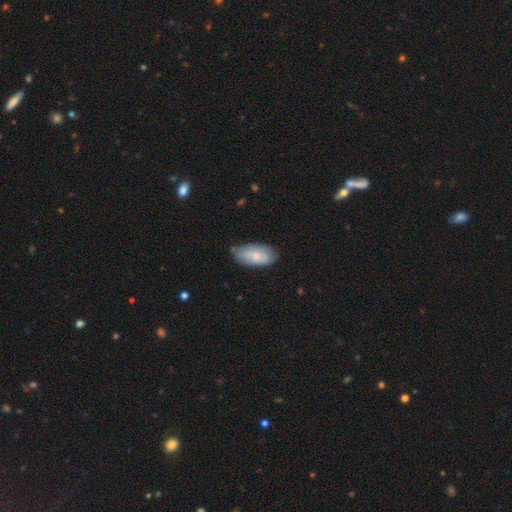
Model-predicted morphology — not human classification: smooth 74%, featured or disk 20%, star or artifact 6%. Down the decision tree: how rounded — in between (93%); merging — none (71%).